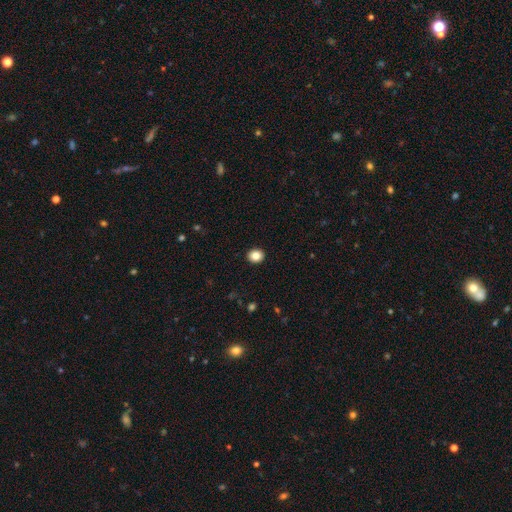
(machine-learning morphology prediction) Smooth or featured: smooth — 85% (star or artifact — 10%)
How rounded: round — 75% (in between — 24%)
Merging: none — 93% (minor disturbance — 5%)